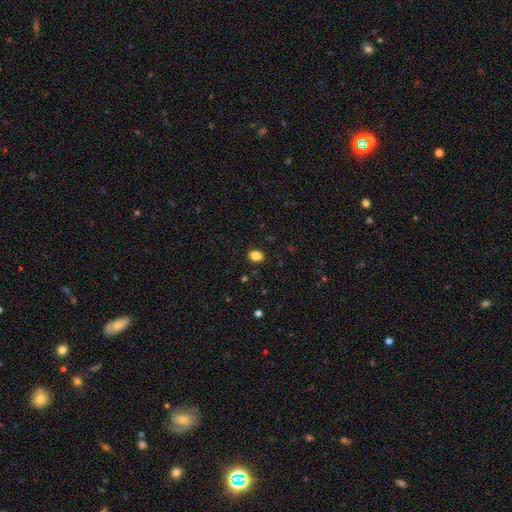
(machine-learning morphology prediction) Q: Smooth or featured?
A: smooth (85%); runner-up: star or artifact (10%)
Q: How rounded?
A: in between (54%); runner-up: round (45%)
Q: Merging?
A: none (90%); runner-up: minor disturbance (7%)